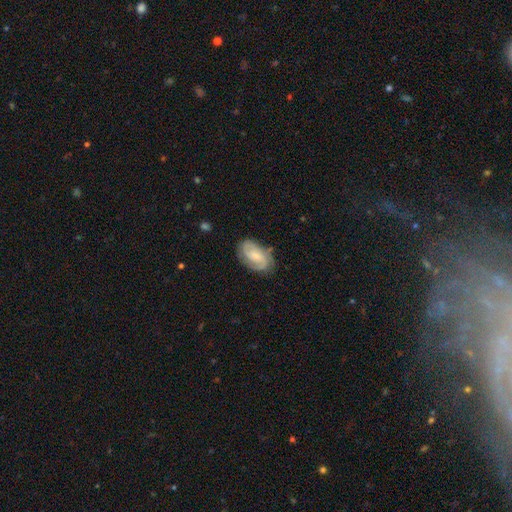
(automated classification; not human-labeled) smooth_or_featured: featured or disk (p=0.64) [alt: smooth p=0.29]
disk_edge_on: no (p=0.96) [alt: yes p=0.04]
bar: no (p=0.50) [alt: weak p=0.41]
has_spiral_arms: yes (p=0.90) [alt: no p=0.10]
spiral_winding: tight (p=0.43) [alt: medium p=0.41]
spiral_arm_count: 2 (p=0.53) [alt: can't tell p=0.23]
bulge_size: small (p=0.38) [alt: moderate p=0.35]
merging: none (p=0.71) [alt: minor disturbance p=0.21]